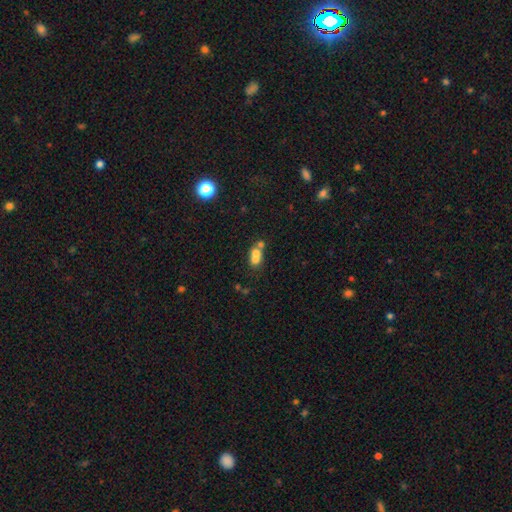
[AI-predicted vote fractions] This appears to be a smooth galaxy with no disk features (67%) that is in between round and cigar-shaped (54%). Merging: merger (62%).